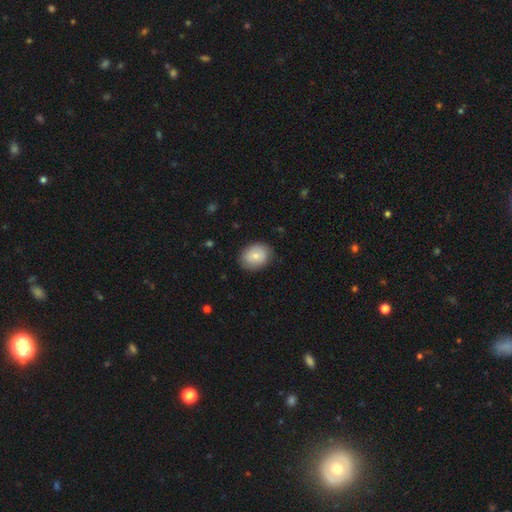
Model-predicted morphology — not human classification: type=smooth (74%); roundness=in between (54%); merging=none (81%).